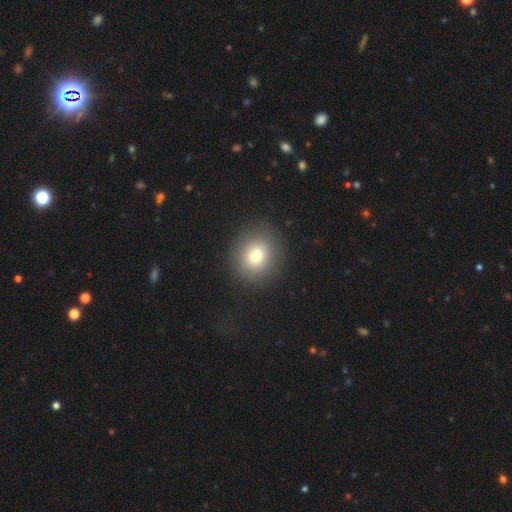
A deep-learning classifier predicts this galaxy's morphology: type=smooth (75%); roundness=round (85%); merging=none (89%).